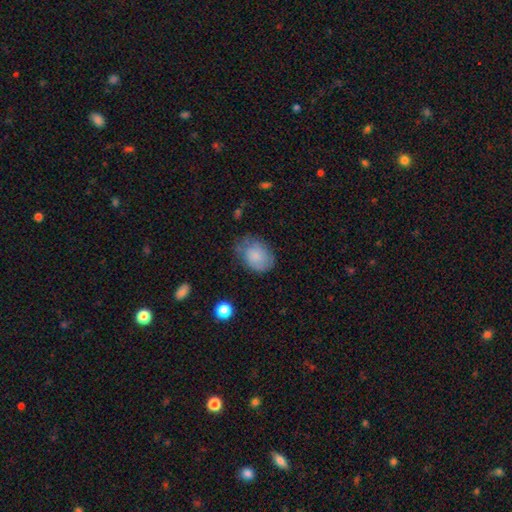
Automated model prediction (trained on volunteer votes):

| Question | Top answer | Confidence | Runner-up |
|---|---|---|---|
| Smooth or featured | smooth | 77% | featured or disk (16%) |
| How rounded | in between | 70% | round (29%) |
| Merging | none | 56% | minor disturbance (31%) |